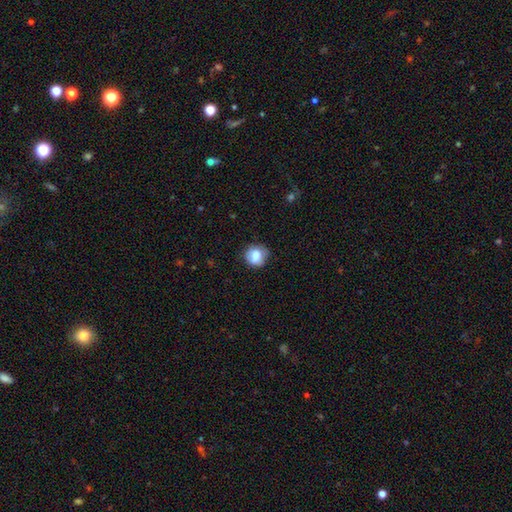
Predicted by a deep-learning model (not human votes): Overall: smooth (72%). How rounded: round (75%). Merging: none (72%).